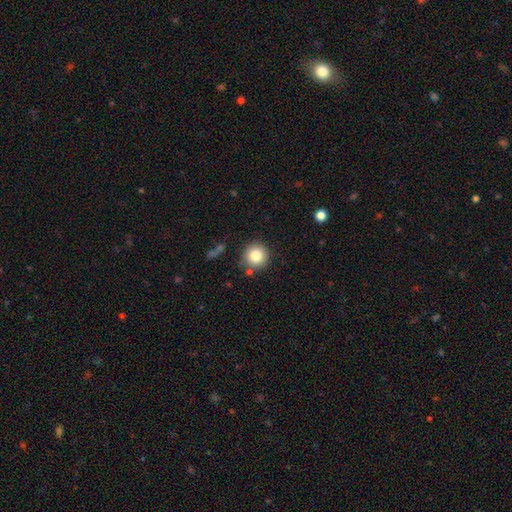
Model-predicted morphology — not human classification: smooth 84%, star or artifact 10%, featured or disk 7%. Down the decision tree: how rounded — round (94%); merging — none (84%).